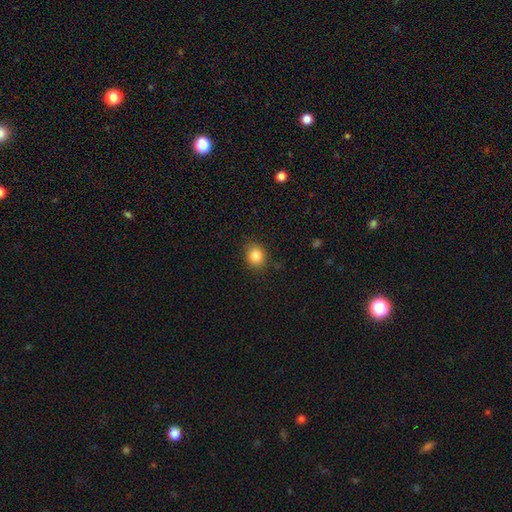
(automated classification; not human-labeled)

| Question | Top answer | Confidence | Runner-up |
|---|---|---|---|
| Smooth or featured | smooth | 84% | star or artifact (10%) |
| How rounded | round | 66% | in between (33%) |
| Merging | none | 87% | minor disturbance (9%) |